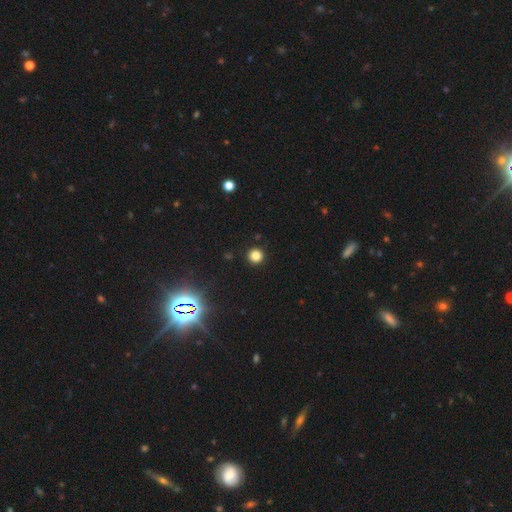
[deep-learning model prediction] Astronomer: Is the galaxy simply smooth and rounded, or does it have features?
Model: smooth — 82%.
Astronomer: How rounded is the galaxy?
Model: round — 96%.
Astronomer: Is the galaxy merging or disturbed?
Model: none — 93%.